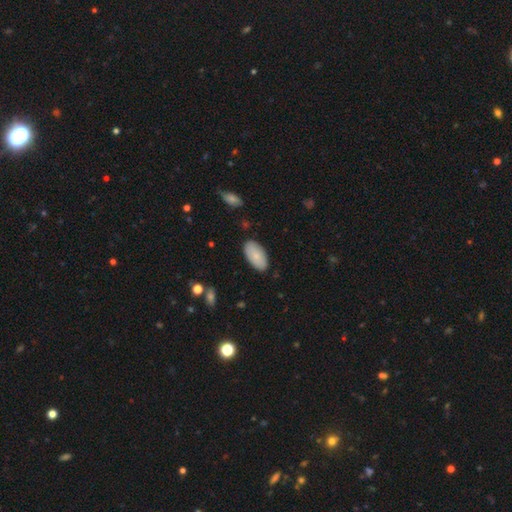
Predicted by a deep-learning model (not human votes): Morphology: type=smooth (80%); roundness=in between (95%); merging=none (86%).